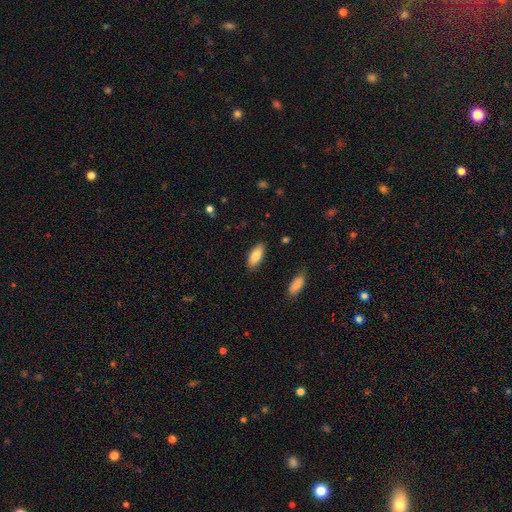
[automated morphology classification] A smooth galaxy with no disk features (83%) that is in between round and cigar-shaped (83%).

Vote fractions:
- Smooth or featured? smooth: 83% / featured or disk: 10% / star or artifact: 6%
- How rounded? in between: 83% / cigar-shaped: 15% / round: 2%
- Merging? none: 86% / minor disturbance: 10% / major disturbance: 2% / merger: 2%